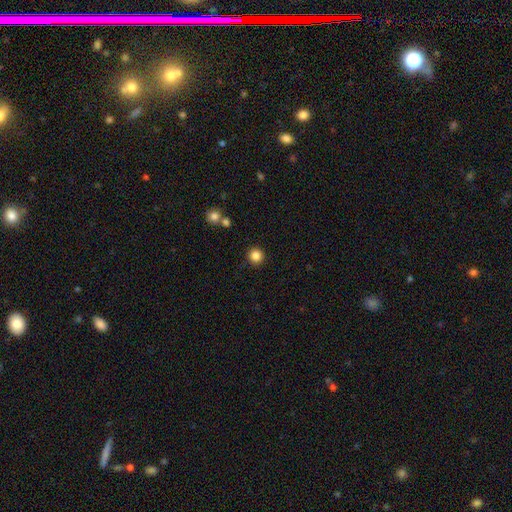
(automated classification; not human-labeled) Smooth or featured?
  - smooth: 85% *
  - star or artifact: 11%
  - featured or disk: 4%
How rounded?
  - round: 95% *
  - in between: 4%
  - cigar-shaped: 1%
Merging?
  - none: 91% *
  - minor disturbance: 5%
  - merger: 2%
  - major disturbance: 2%